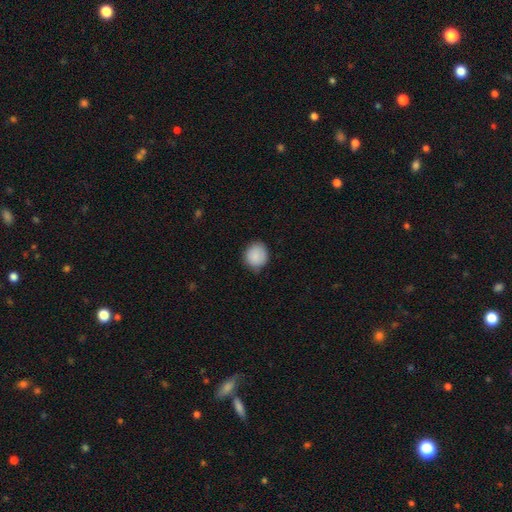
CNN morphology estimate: smooth-or-featured: smooth: 88% | star or artifact: 7% | featured or disk: 5%
  how-rounded: round: 78% | in between: 21% | cigar-shaped: 1%
  merging: none: 75% | minor disturbance: 20% | major disturbance: 3% | merger: 1%